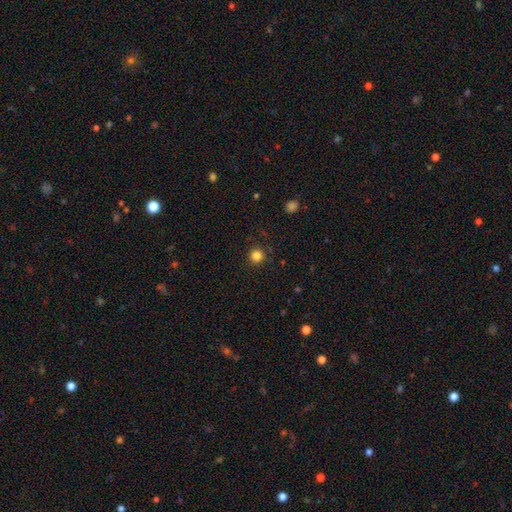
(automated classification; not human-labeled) This is clearly a smooth galaxy (84%). How rounded: clearly round (95%). Merging: clearly none (90%).